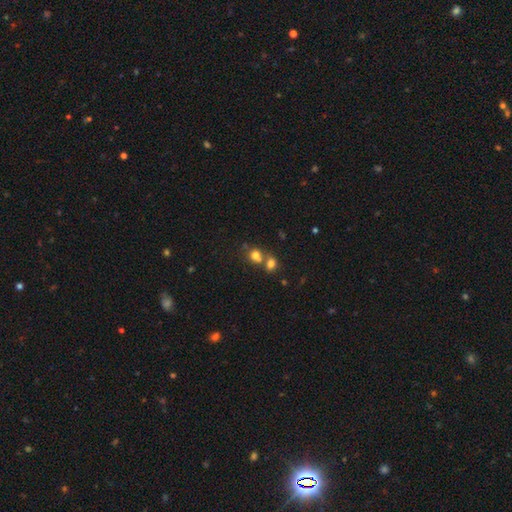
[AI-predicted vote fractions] A smooth galaxy with no disk features (76%) that is round (73%).

Vote fractions:
- Smooth or featured? smooth: 76% / star or artifact: 14% / featured or disk: 10%
- How rounded? round: 73% / in between: 26% / cigar-shaped: 1%
- Merging? merger: 50% / none: 40% / minor disturbance: 7% / major disturbance: 3%